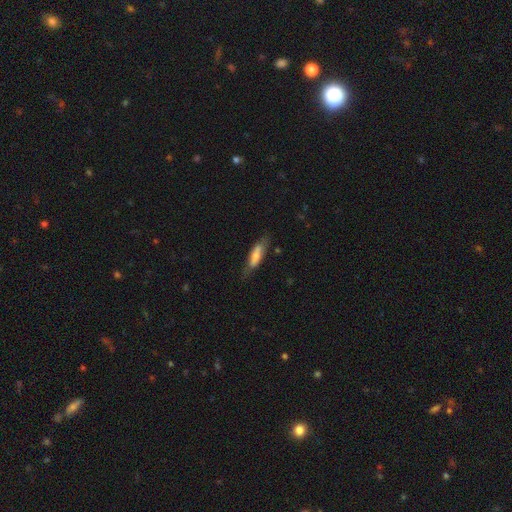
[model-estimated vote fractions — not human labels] Morphology: type=smooth (63%); roundness=cigar-shaped (57%); merging=none (65%).